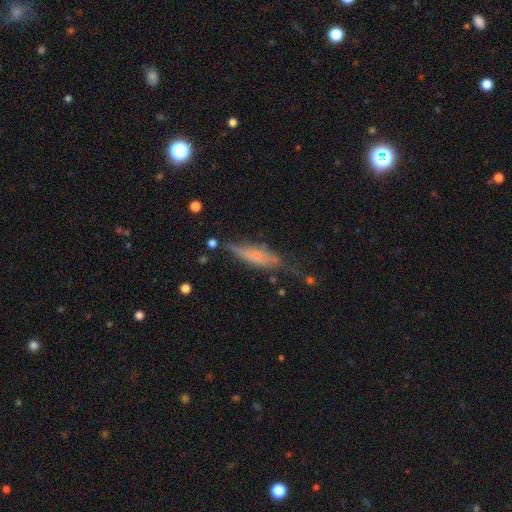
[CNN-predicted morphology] A featured or disk galaxy (49%).

Vote fractions:
- Smooth or featured? featured or disk: 49% / smooth: 42% / star or artifact: 9%
- Merging? none: 46% / minor disturbance: 32% / major disturbance: 17% / merger: 5%